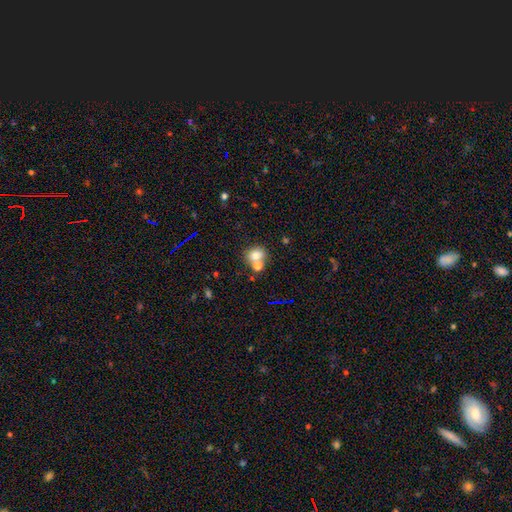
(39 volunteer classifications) Q: Smooth or featured?
A: smooth (77%); runner-up: featured or disk (13%)
Q: How rounded?
A: in between (63%); runner-up: round (37%)
Q: Merging?
A: none (66%); runner-up: merger (23%)